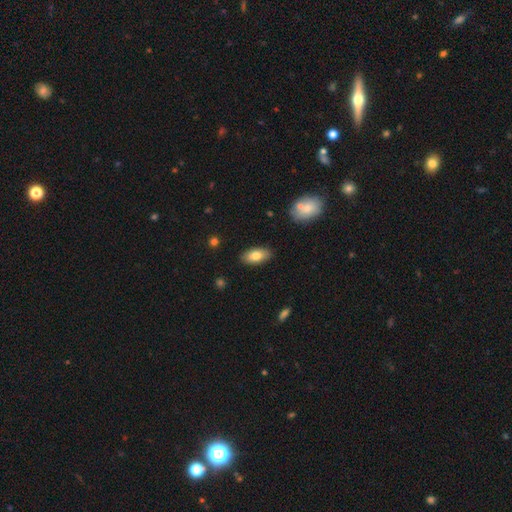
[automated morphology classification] Smooth or featured?
  - smooth: 80% *
  - featured or disk: 13%
  - star or artifact: 7%
How rounded?
  - in between: 91% *
  - cigar-shaped: 6%
  - round: 3%
Merging?
  - none: 88% *
  - minor disturbance: 9%
  - major disturbance: 2%
  - merger: 1%